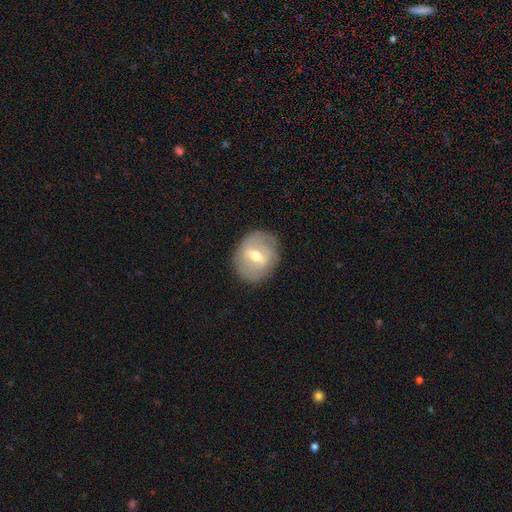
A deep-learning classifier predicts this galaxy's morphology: A featured or disk galaxy (65%) with a weak bar (48%), spiral arms (53%) and a moderate central bulge (71%).

Vote fractions:
- Smooth or featured? featured or disk: 65% / smooth: 28% / star or artifact: 7%
- Edge-on disk? no: 94% / yes: 6%
- Bar? weak: 48% / strong: 38% / no: 14%
- Spiral arms? yes: 53% / no: 47%
- Bulge size? moderate: 71% / small: 22% / large: 5% / none: 1% / dominant: 1%
- Merging? none: 80% / minor disturbance: 14% / major disturbance: 5% / merger: 1%